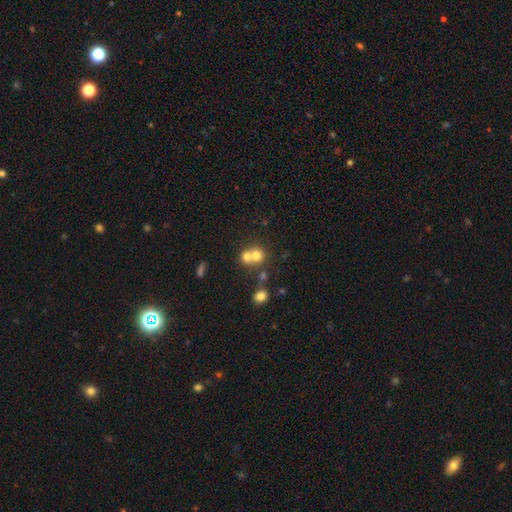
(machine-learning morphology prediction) This is likely a smooth galaxy (70%). How rounded: clearly round (82%). Merging: possibly merger (59%).